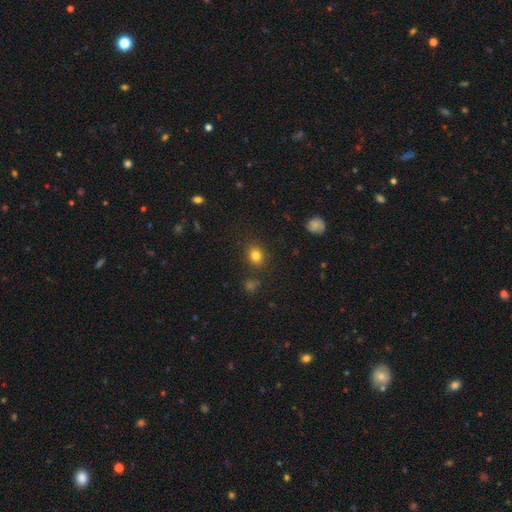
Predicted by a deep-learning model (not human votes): Morphology: type=smooth (81%); roundness=round (67%); merging=none (86%).